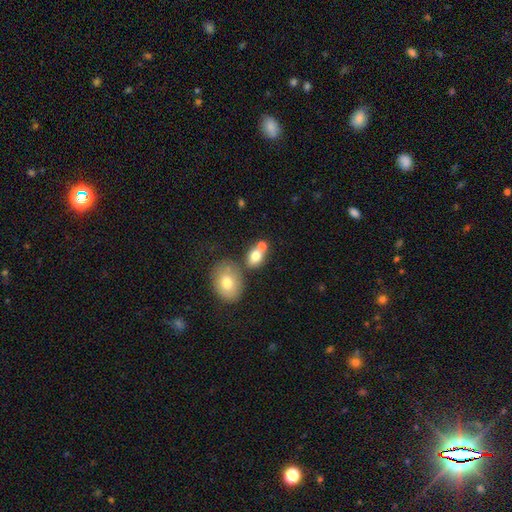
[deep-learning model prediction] Smooth or featured? smooth (76%)
How rounded? in between (64%)
Merging? merger (42%, tied with none)